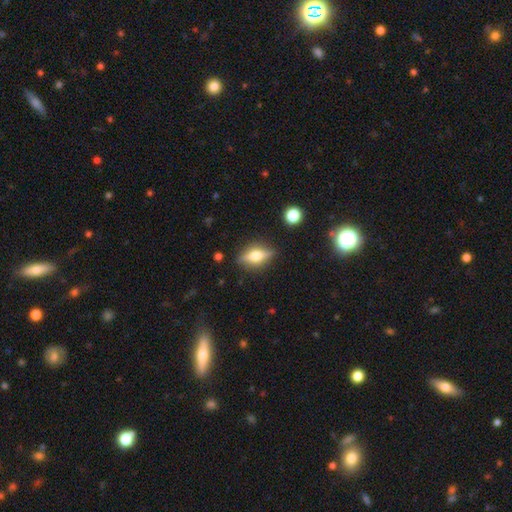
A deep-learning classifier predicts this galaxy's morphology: Q: Smooth or featured?
A: featured or disk (57%); runner-up: smooth (34%)
Q: Edge-on disk?
A: yes (89%); runner-up: no (11%)
Q: Edge-on bulge?
A: rounded (93%); runner-up: boxy (5%)
Q: Merging?
A: none (83%); runner-up: minor disturbance (12%)